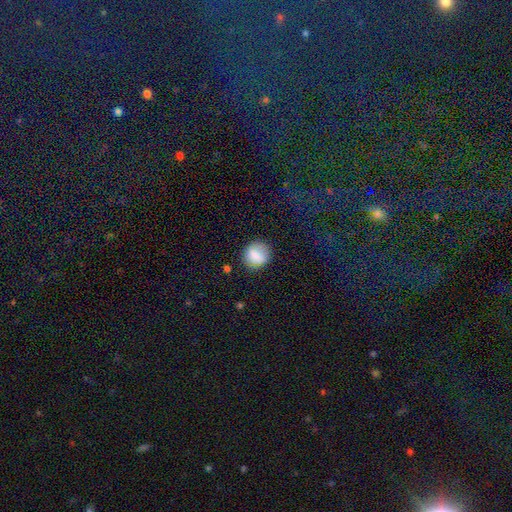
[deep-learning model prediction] smooth 81%, featured or disk 10%, star or artifact 9%. Down the decision tree: how rounded — round (81%); merging — none (79%).